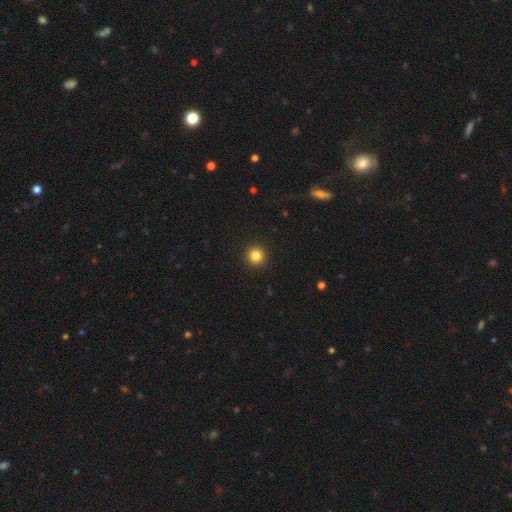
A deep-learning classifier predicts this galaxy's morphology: smooth_or_featured: smooth (p=0.84) [alt: star or artifact p=0.12]
how_rounded: round (p=0.95) [alt: in between p=0.04]
merging: none (p=0.93) [alt: minor disturbance p=0.04]